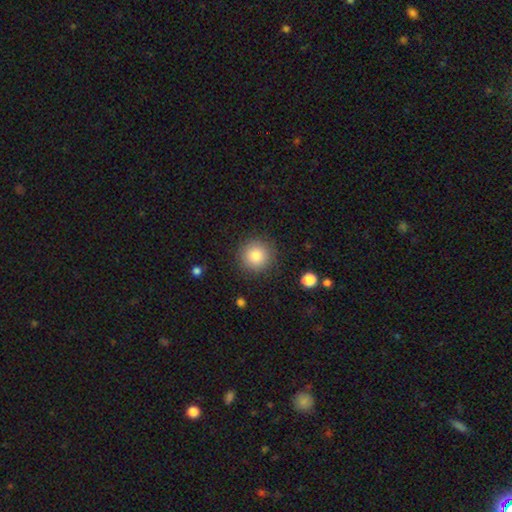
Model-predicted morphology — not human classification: Smooth or featured: smooth — 85% (star or artifact — 9%)
How rounded: round — 95% (in between — 4%)
Merging: none — 88% (minor disturbance — 8%)